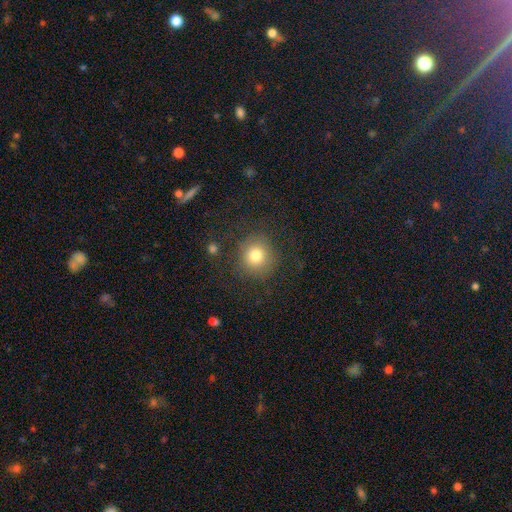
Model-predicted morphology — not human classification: smooth_or_featured: smooth (p=0.79) [alt: star or artifact p=0.13]
how_rounded: round (p=0.91) [alt: in between p=0.08]
merging: none (p=0.84) [alt: minor disturbance p=0.09]